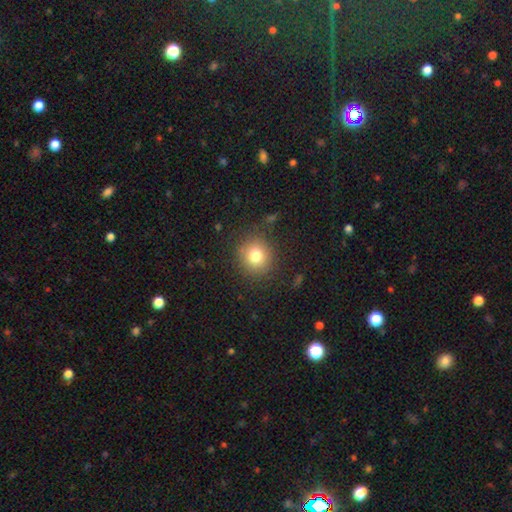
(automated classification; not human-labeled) Q: Smooth or featured?
A: smooth (79%); runner-up: star or artifact (12%)
Q: How rounded?
A: round (89%); runner-up: in between (10%)
Q: Merging?
A: none (86%); runner-up: minor disturbance (9%)